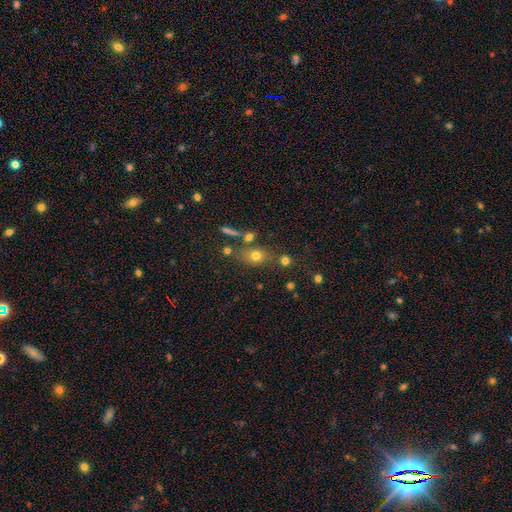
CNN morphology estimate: The model was most divided on "how rounded": round: 52%, in between: 46%, cigar-shaped: 2%. More confident: smooth or featured — smooth (72%); merging — none (64%).